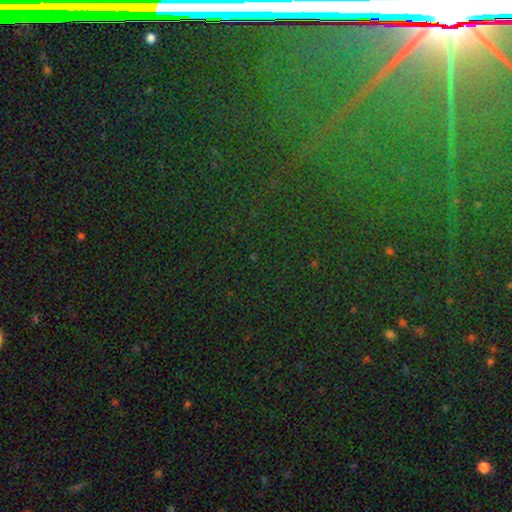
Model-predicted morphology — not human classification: Smooth or featured: star or artifact — 80% (featured or disk — 10%)